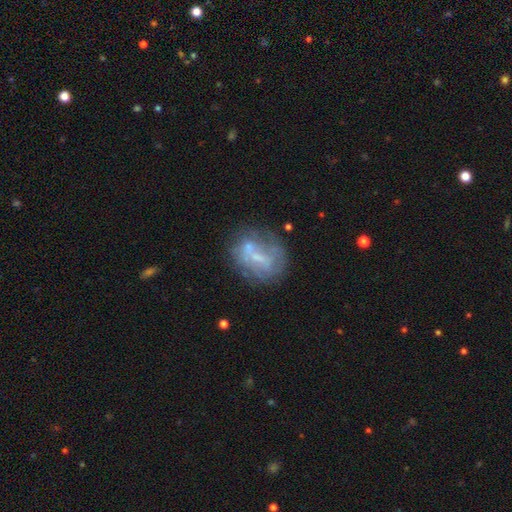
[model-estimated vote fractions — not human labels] Overall: featured or disk (59%; smooth 29%). Edge-on disk: no (96%). Bar: no (47%; weak 36%). Spiral arms: no (69%; yes 31%). Bulge size: small (45%; none 32%). Merging: none (50%; minor disturbance 20%).